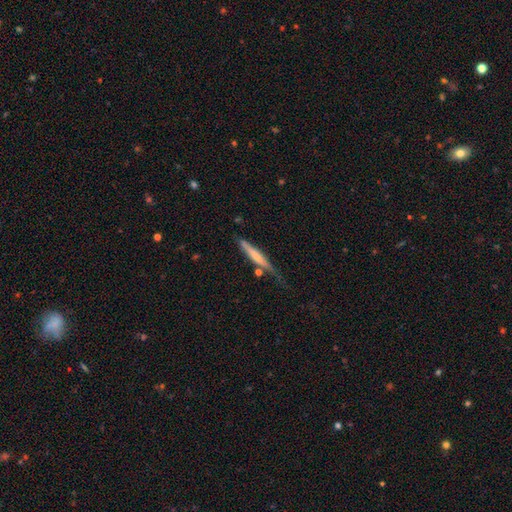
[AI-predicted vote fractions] This appears to be a smooth galaxy with no disk features (52%) that is cigar-shaped (93%). Merging: none (55%).